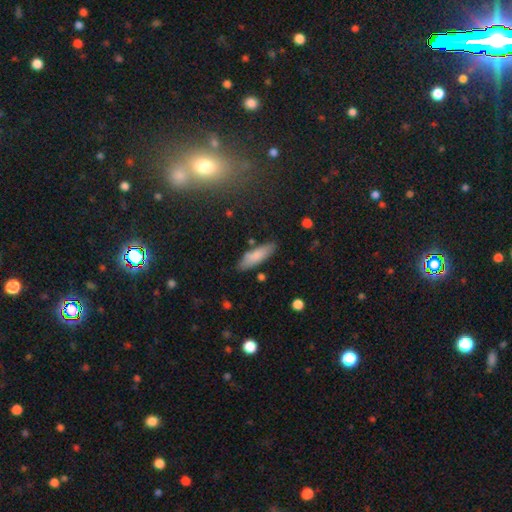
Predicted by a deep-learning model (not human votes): Q: Smooth or featured?
A: smooth (82%); runner-up: featured or disk (12%)
Q: How rounded?
A: cigar-shaped (49%); tied with: in between (49%)
Q: Merging?
A: none (81%); runner-up: minor disturbance (13%)